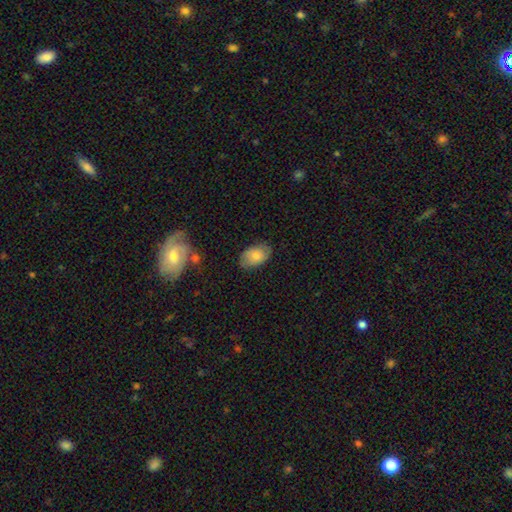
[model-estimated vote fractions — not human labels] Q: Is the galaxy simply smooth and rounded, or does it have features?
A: smooth — 78%.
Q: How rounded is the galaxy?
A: in between — 89%.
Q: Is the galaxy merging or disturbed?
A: none — 77%.